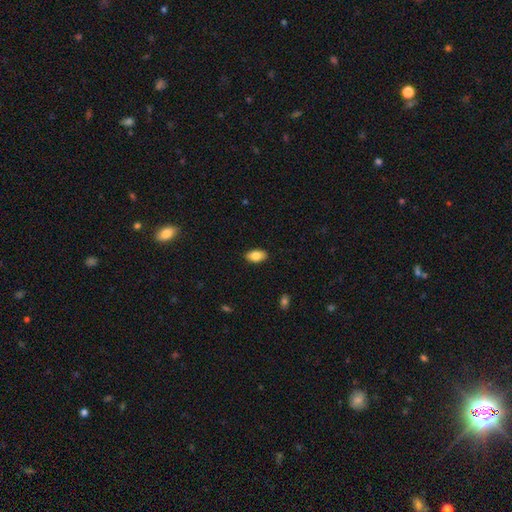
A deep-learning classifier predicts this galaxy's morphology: This appears to be a smooth galaxy with no disk features (84%) that is in between round and cigar-shaped (93%). Merging: none (88%).